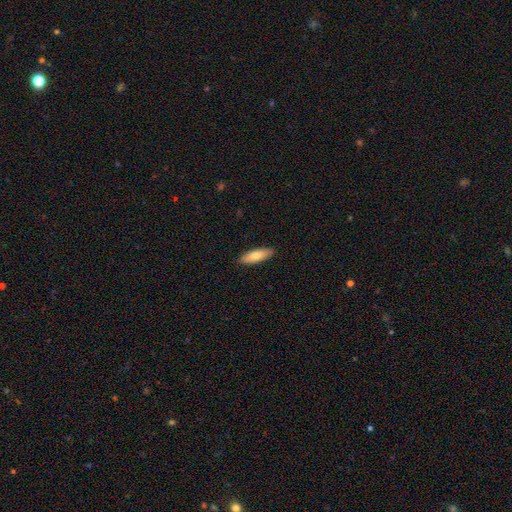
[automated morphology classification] smooth-or-featured: smooth: 79% | featured or disk: 15% | star or artifact: 6%
  how-rounded: in between: 52% | cigar-shaped: 46% | round: 2%
  merging: none: 89% | minor disturbance: 8% | major disturbance: 2% | merger: 1%